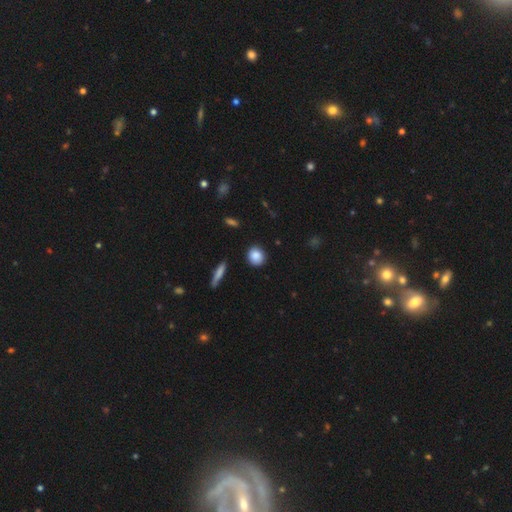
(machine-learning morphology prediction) A smooth galaxy with no disk features (87%) that is round (77%).

Vote fractions:
- Smooth or featured? smooth: 87% / star or artifact: 8% / featured or disk: 6%
- How rounded? round: 77% / in between: 21% / cigar-shaped: 2%
- Merging? none: 88% / minor disturbance: 8% / major disturbance: 2% / merger: 2%